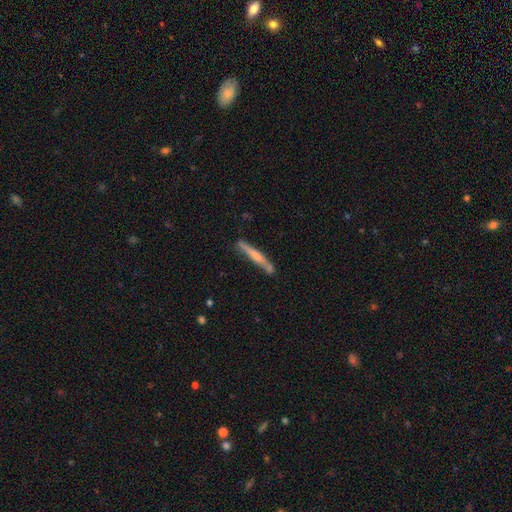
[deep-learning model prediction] smooth 49%, featured or disk 45%, star or artifact 6%. Down the decision tree: merging — none (75%).